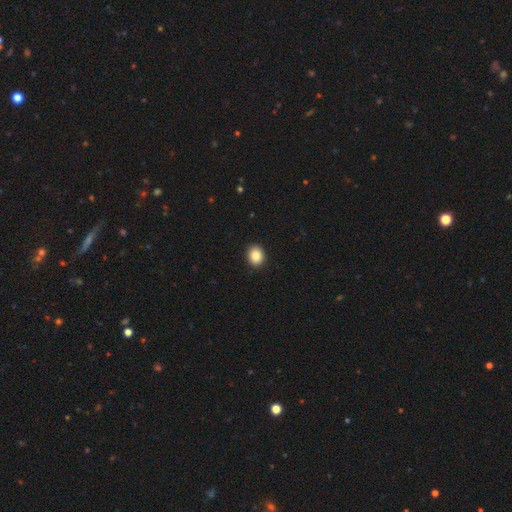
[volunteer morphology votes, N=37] A smooth galaxy with no disk features (86%) that is round (72%). Merging: none (85%).